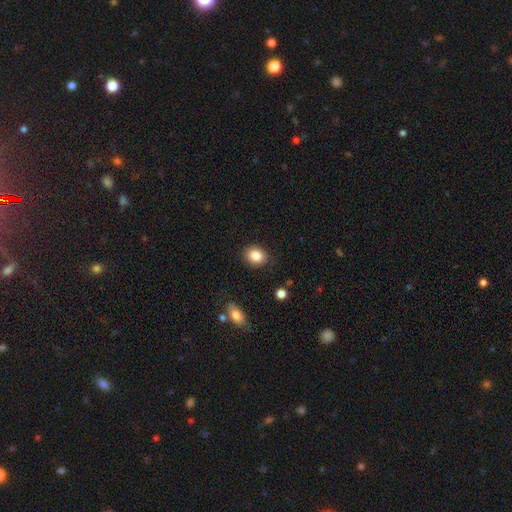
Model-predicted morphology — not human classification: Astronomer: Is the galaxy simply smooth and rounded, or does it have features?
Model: smooth — 86%.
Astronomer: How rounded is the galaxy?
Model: round — 59% (runner-up: in between, 40%).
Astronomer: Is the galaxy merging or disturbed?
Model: none — 85%.